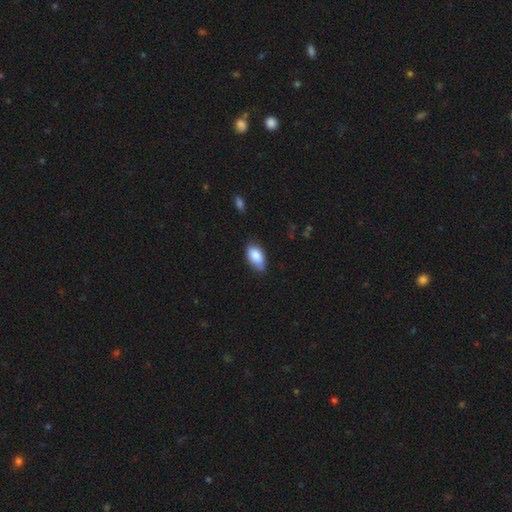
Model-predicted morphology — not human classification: Smooth or featured? smooth (85%)
How rounded? in between (93%)
Merging? none (63%)